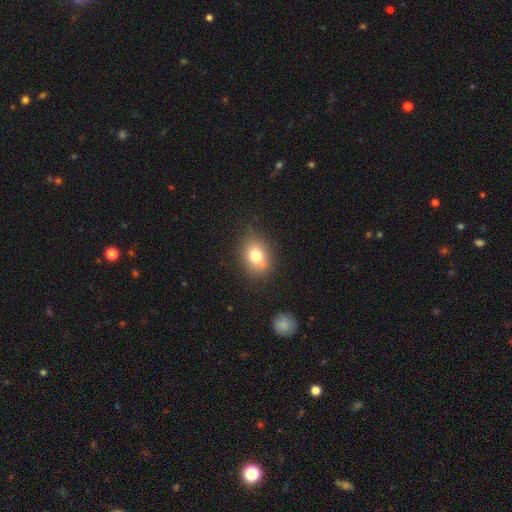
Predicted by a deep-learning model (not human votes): The model was most divided on "how rounded": in between: 60%, round: 39%, cigar-shaped: 1%. More confident: smooth or featured — smooth (76%); merging — none (72%).